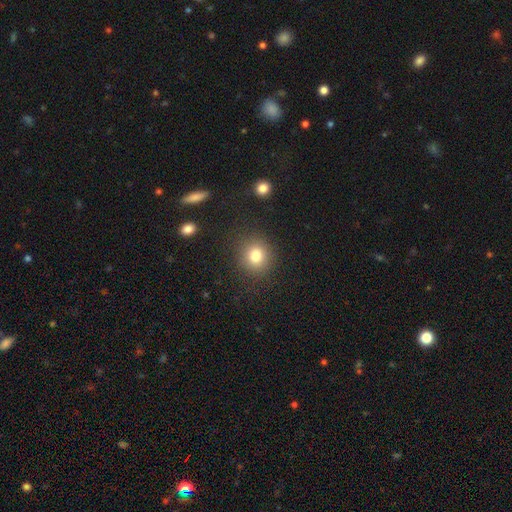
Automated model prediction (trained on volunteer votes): smooth 80%, star or artifact 12%, featured or disk 8%. Down the decision tree: how rounded — round (86%); merging — none (87%).